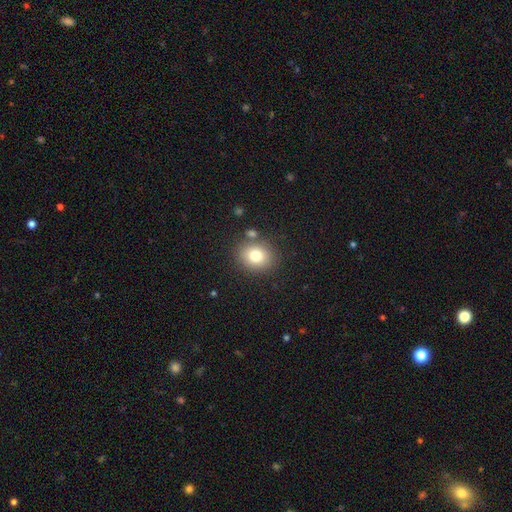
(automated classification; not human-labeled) Smooth or featured? Predicted: smooth (p=0.78). How rounded? Predicted: round (p=0.63). Merging? Predicted: none (p=0.80).